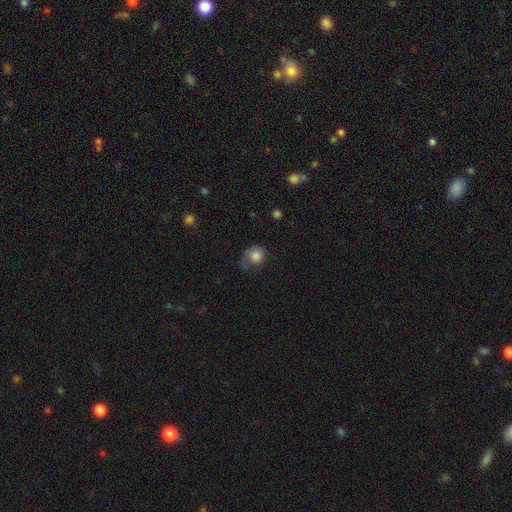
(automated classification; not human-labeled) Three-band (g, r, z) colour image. It shows a smooth galaxy with no disk features (68%) that is round (72%). Merging: none (38%).